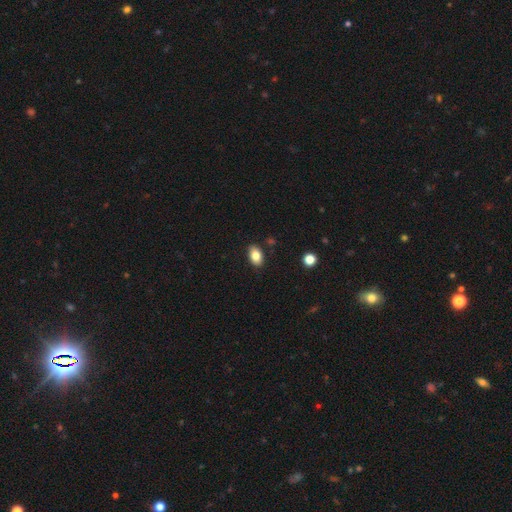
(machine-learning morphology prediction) smooth_or_featured: smooth (p=0.83) [alt: featured or disk p=0.08]
how_rounded: in between (p=0.89) [alt: round p=0.10]
merging: none (p=0.87) [alt: minor disturbance p=0.09]